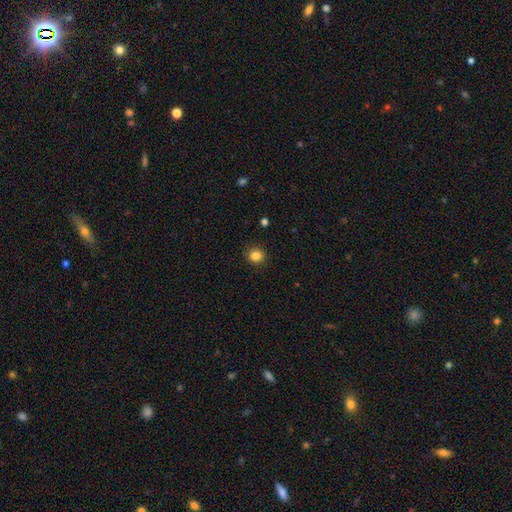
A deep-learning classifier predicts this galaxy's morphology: A smooth galaxy with no disk features (84%) that is round (84%). Merging: none (90%).